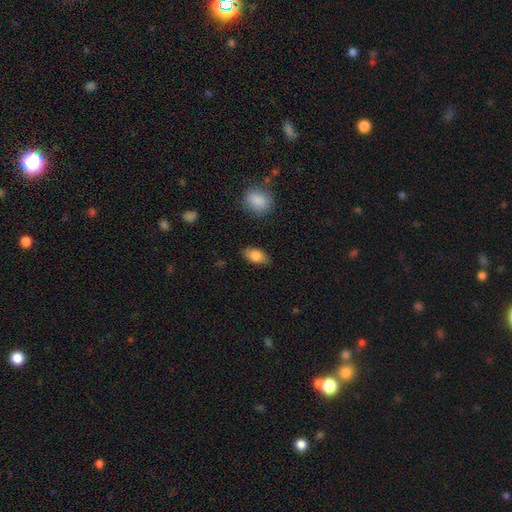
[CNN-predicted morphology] Smooth or featured: smooth — 82% (featured or disk — 10%)
How rounded: in between — 91% (round — 5%)
Merging: none — 85% (minor disturbance — 11%)